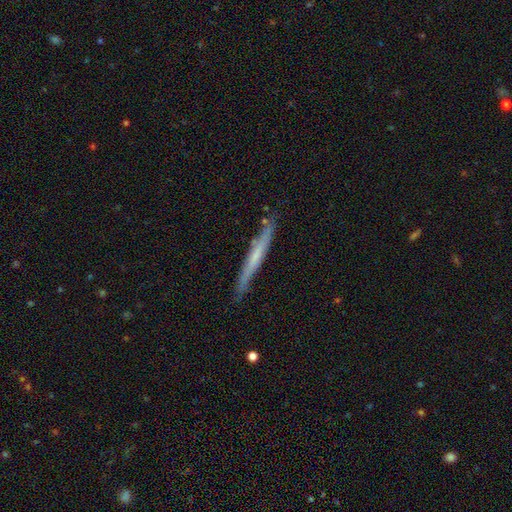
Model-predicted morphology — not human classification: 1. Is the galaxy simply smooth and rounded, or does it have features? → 53% featured or disk, 41% smooth, 6% star or artifact.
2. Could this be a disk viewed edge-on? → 93% yes, 7% no.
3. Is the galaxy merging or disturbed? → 82% none, 14% minor disturbance, 2% major disturbance, 2% merger.